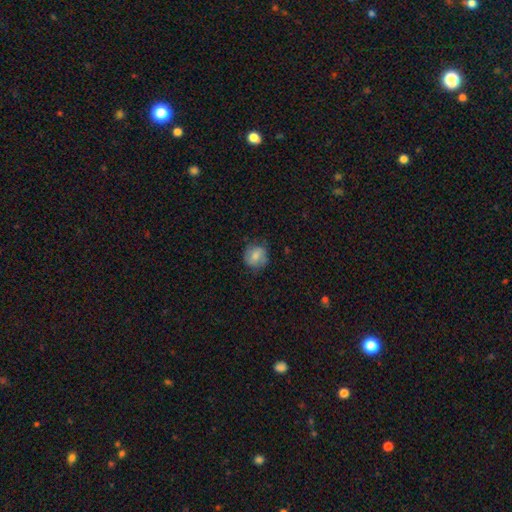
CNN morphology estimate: Q: Smooth or featured?
A: smooth (69%); runner-up: featured or disk (23%)
Q: How rounded?
A: round (81%); runner-up: in between (18%)
Q: Merging?
A: none (74%); runner-up: minor disturbance (19%)